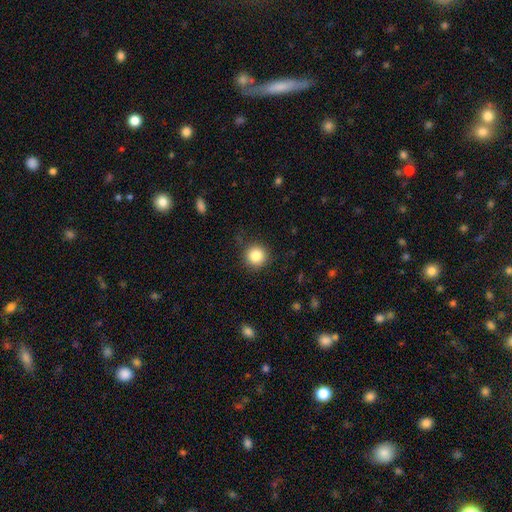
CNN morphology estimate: type=smooth (85%); roundness=round (95%); merging=none (88%).